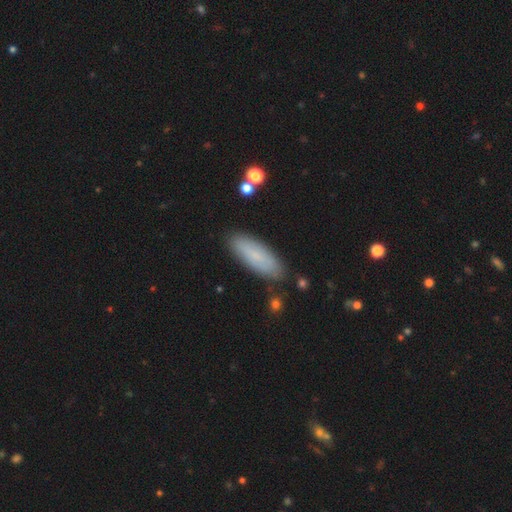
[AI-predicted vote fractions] smooth_or_featured: smooth (p=0.73) [alt: featured or disk p=0.19]
how_rounded: in between (p=0.57) [alt: cigar-shaped p=0.41]
merging: none (p=0.85) [alt: minor disturbance p=0.10]